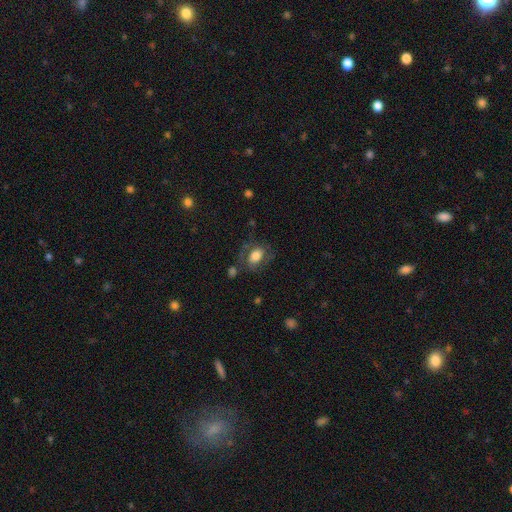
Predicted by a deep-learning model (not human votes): Q: Smooth or featured?
A: smooth (64%); runner-up: featured or disk (28%)
Q: How rounded?
A: in between (78%); runner-up: round (20%)
Q: Merging?
A: none (59%); runner-up: minor disturbance (20%)